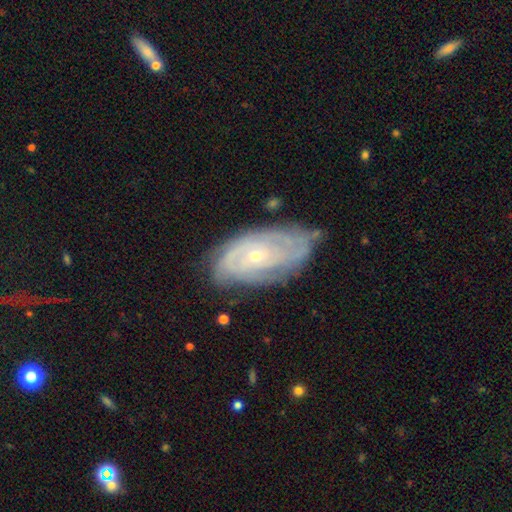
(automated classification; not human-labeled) featured or disk 78%, smooth 15%, star or artifact 7%. Down the decision tree: edge-on disk — no (94%); bar — no (75%); spiral arms — yes (89%); spiral arm count — can't tell (49%); spiral winding — tight (71%); bulge size — small (75%); merging — none (67%).